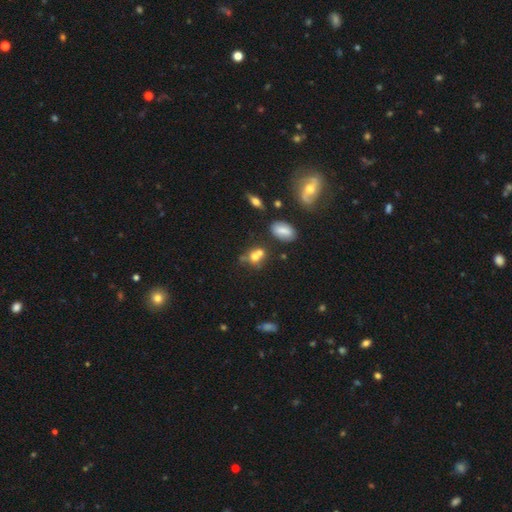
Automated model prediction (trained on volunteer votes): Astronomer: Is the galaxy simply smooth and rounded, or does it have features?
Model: smooth — 64%.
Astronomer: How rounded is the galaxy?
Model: round — 59% (runner-up: in between, 38%).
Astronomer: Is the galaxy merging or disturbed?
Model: merger — 48% (runner-up: none, 34%).